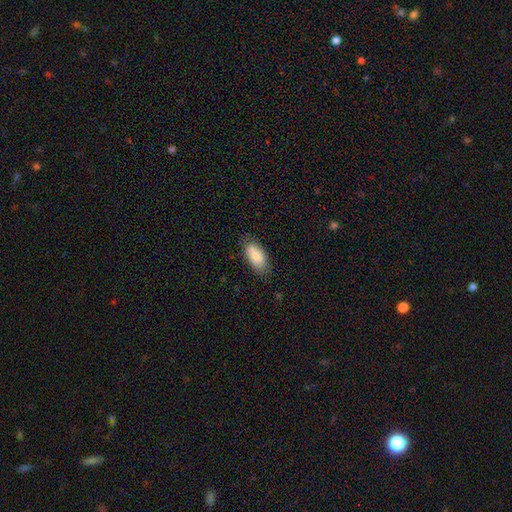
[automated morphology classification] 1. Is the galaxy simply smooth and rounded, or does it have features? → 81% smooth, 12% featured or disk, 7% star or artifact.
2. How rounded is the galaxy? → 91% in between, 6% cigar-shaped, 3% round.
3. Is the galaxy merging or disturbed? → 73% none, 20% minor disturbance, 4% major disturbance, 3% merger.